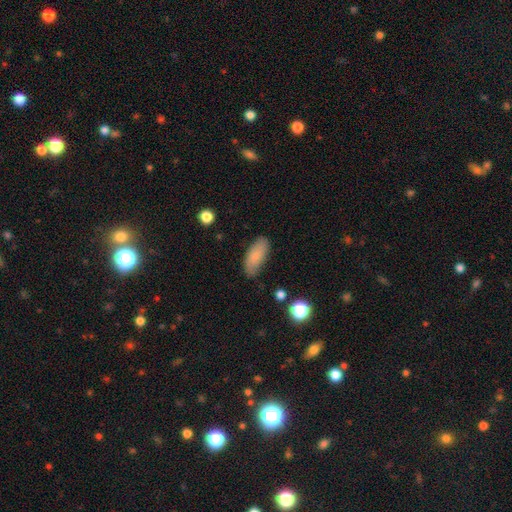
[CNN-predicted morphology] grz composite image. It shows a smooth galaxy with no disk features (79%) that is in between round and cigar-shaped (84%). Merging: none (78%).